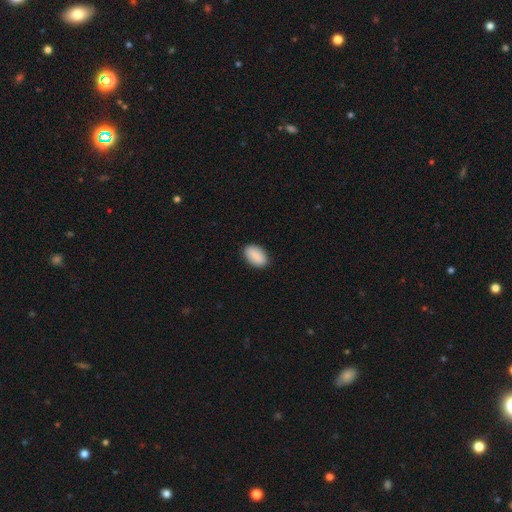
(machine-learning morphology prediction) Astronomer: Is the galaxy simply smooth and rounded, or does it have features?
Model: smooth — 88%.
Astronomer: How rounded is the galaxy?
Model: in between — 92%.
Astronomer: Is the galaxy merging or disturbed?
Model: none — 88%.